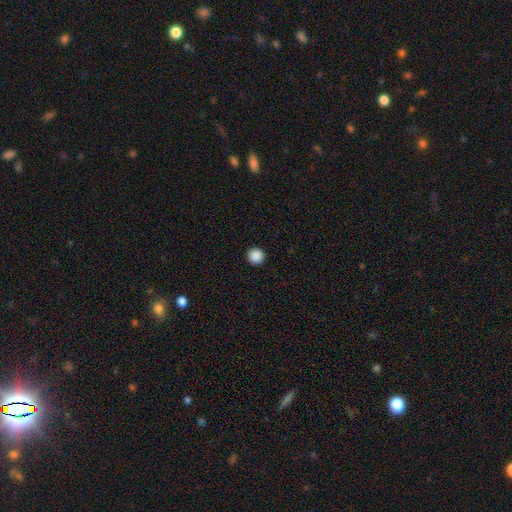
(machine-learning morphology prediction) Smooth or featured: smooth — 89% (star or artifact — 9%)
How rounded: round — 95% (in between — 4%)
Merging: none — 94% (minor disturbance — 4%)